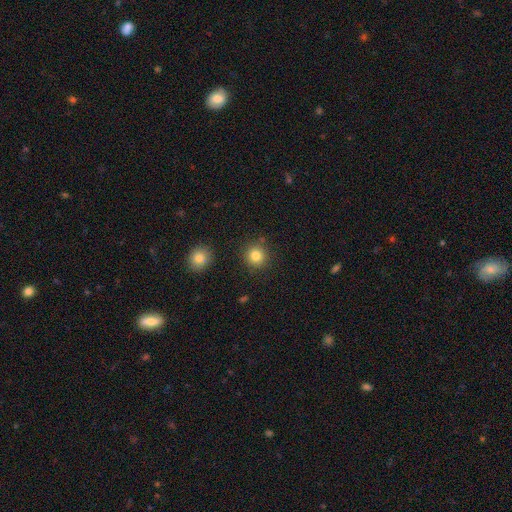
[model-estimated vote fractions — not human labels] Smooth or featured: smooth — 84% (star or artifact — 11%)
How rounded: round — 92% (in between — 7%)
Merging: none — 86% (minor disturbance — 8%)